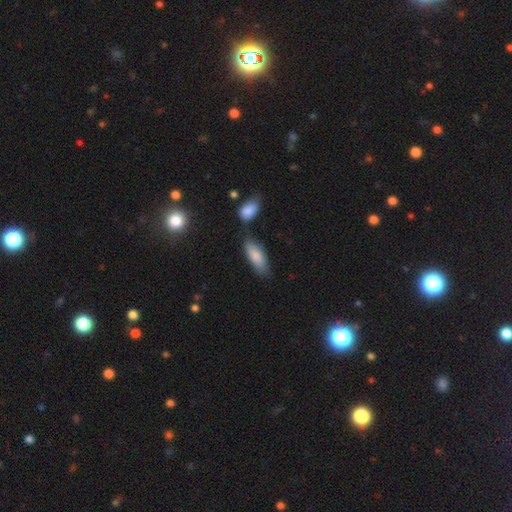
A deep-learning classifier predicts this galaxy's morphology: smooth-or-featured: smooth: 83% | featured or disk: 11% | star or artifact: 6%
  how-rounded: in between: 78% | cigar-shaped: 20% | round: 2%
  merging: none: 60% | minor disturbance: 19% | merger: 15% | major disturbance: 5%